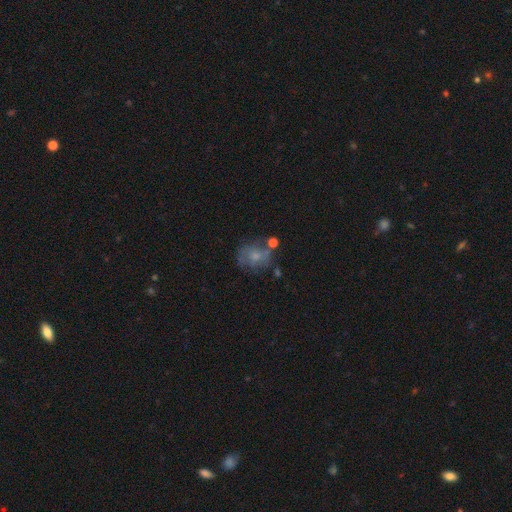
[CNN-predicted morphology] This appears to be a smooth galaxy with no disk features (53%) that is round (62%). Merging: none (51%).